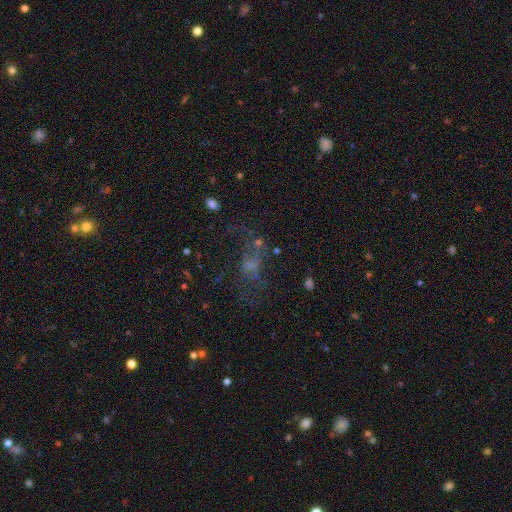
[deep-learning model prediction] Smooth or featured? star or artifact (37%)